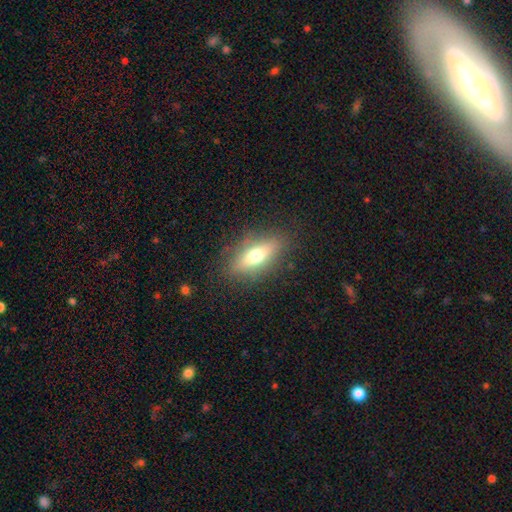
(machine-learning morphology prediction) Smooth or featured? smooth (56%)
How rounded? in between (64%)
Merging? none (83%)